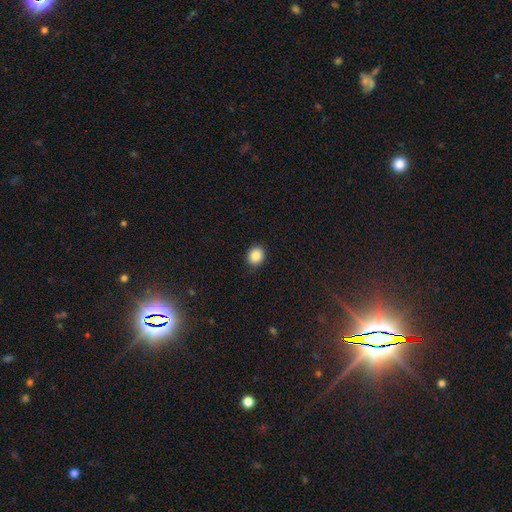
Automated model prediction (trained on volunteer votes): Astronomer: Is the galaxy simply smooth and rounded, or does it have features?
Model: smooth — 87%.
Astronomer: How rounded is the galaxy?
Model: round — 79%.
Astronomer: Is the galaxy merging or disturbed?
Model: none — 90%.